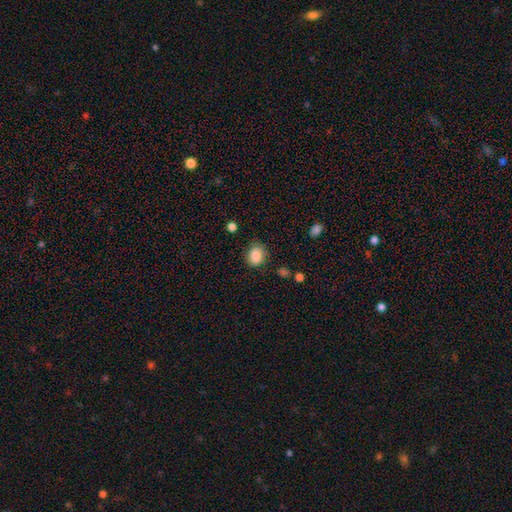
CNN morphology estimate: The model was most divided on "how rounded": round: 52%, in between: 47%, cigar-shaped: 1%. More confident: smooth or featured — smooth (86%); merging — none (77%).